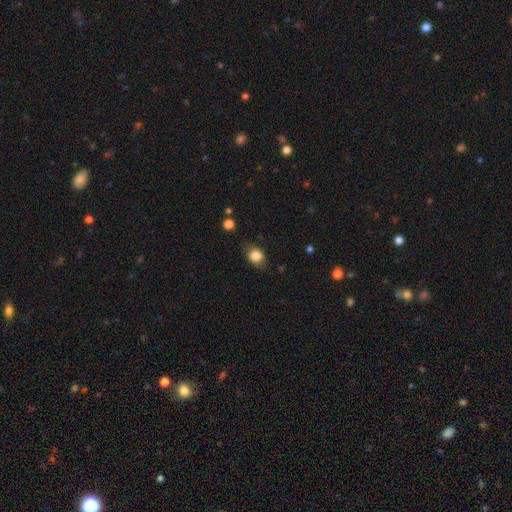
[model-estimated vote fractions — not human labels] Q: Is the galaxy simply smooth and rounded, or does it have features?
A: smooth — 81%.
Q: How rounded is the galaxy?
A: round — 50%.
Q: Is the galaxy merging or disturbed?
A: none — 72%.